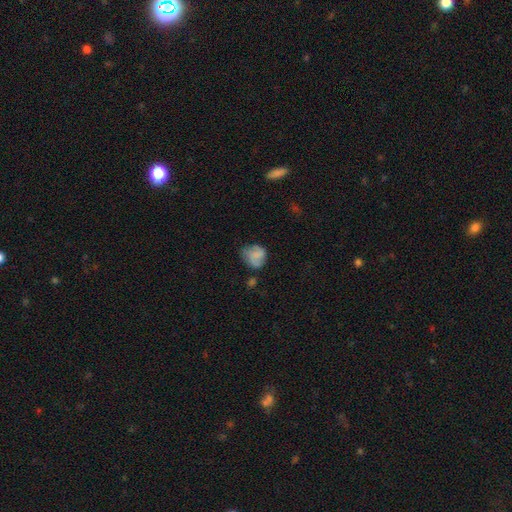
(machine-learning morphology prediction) type=smooth (63%); roundness=round (65%); merging=none (48%).